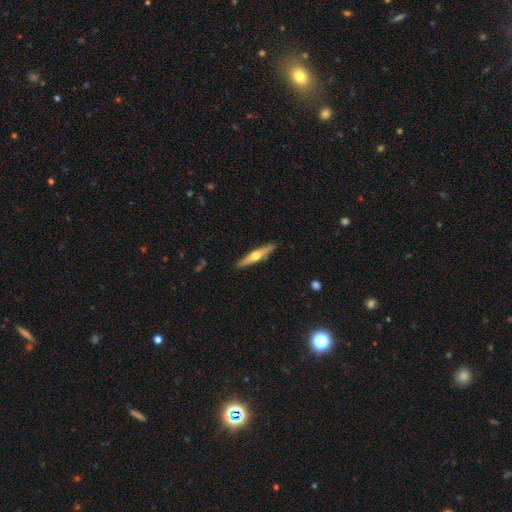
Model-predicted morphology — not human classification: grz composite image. It shows a featured or disk galaxy (62%) viewed edge-on (96%) with a rounded central bulge (94%). Merging: none (90%).